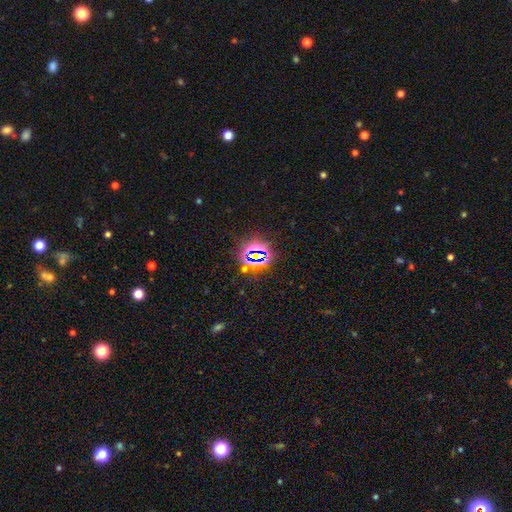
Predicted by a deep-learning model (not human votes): Smooth or featured? Predicted: star or artifact (p=0.74).